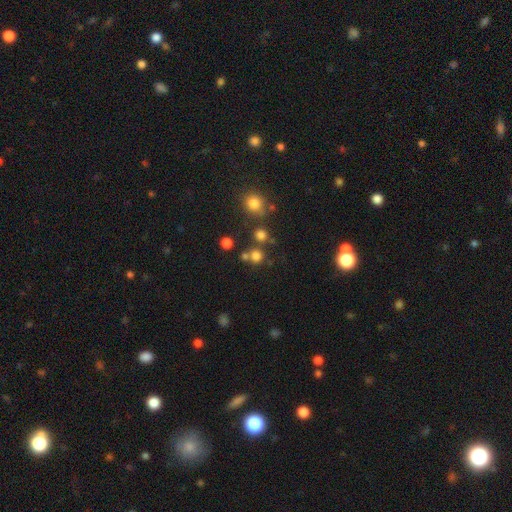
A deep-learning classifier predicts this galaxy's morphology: Overall: smooth (73%). How rounded: round (91%). Merging: none (68%).